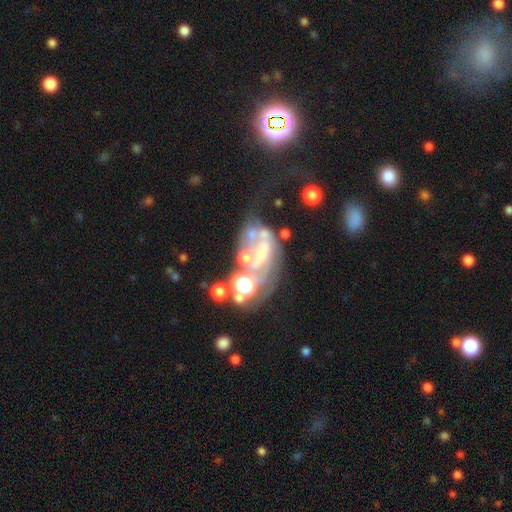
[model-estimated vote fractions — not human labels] Smooth or featured? featured or disk (58%)
Edge-on disk? no (97%)
Bar? no (79%)
Spiral arms? no (77%)
Bulge size? none (51%)
Merging? major disturbance (35%)